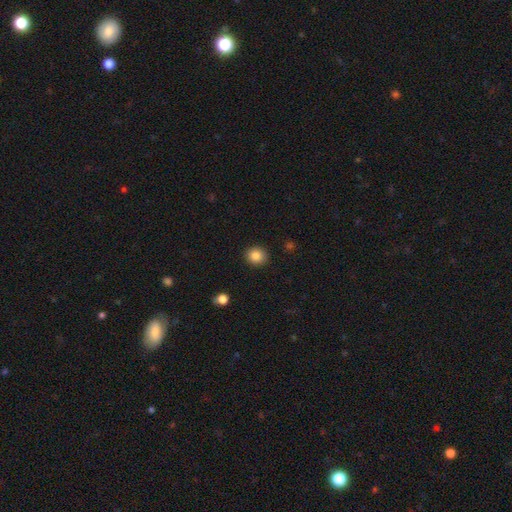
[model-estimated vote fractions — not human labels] smooth_or_featured: smooth (p=0.85) [alt: star or artifact p=0.10]
how_rounded: round (p=0.83) [alt: in between p=0.16]
merging: none (p=0.91) [alt: minor disturbance p=0.06]